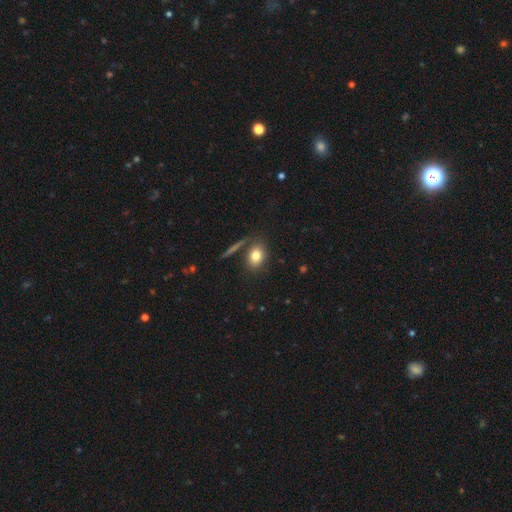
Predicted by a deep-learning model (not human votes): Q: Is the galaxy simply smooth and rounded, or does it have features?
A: smooth — 79%.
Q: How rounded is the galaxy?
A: in between — 68%.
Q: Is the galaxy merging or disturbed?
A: none — 74%.